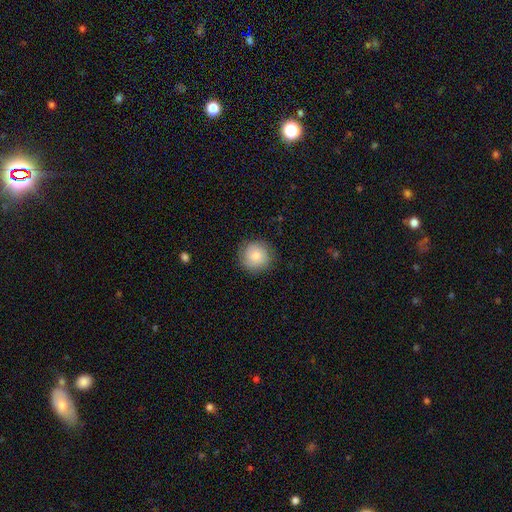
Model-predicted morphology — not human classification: The model was most divided on "smooth or featured": smooth: 76%, featured or disk: 17%, star or artifact: 8%. More confident: how rounded — round (93%); merging — none (84%).